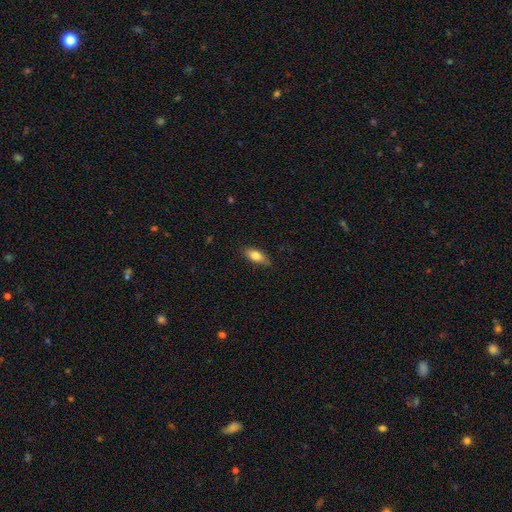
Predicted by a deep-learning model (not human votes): Overall: smooth (77%). How rounded: in between (80%). Merging: none (81%).